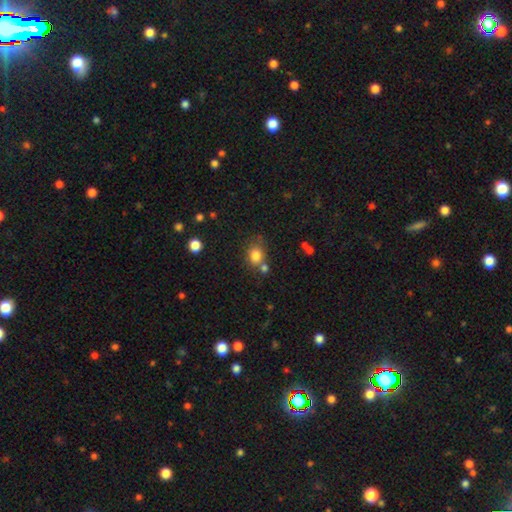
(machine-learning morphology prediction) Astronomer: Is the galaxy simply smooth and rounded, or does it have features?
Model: smooth — 82%.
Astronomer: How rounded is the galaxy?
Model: round — 53% (runner-up: in between, 46%).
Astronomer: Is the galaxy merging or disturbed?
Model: none — 55%.